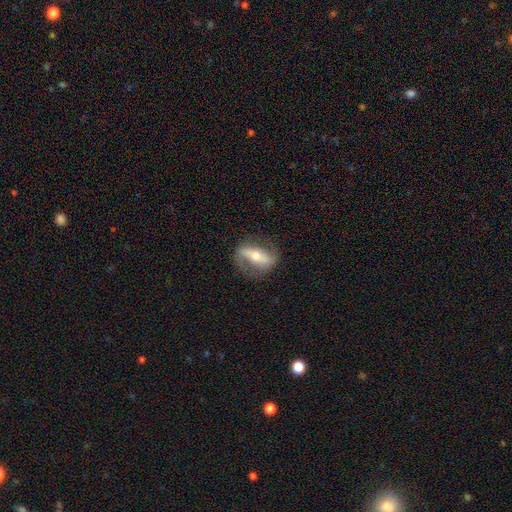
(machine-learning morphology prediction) smooth-or-featured: featured or disk: 71% | smooth: 23% | star or artifact: 6%
  disk-edge-on: no: 78% | yes: 22%
    bar: strong: 66% | weak: 18% | no: 16%
    has-spiral-arms: yes: 67% | no: 33%
    bulge-size: moderate: 58% | small: 35% | large: 5% | none: 1% | dominant: 1%
  merging: none: 76% | minor disturbance: 15% | major disturbance: 8% | merger: 1%